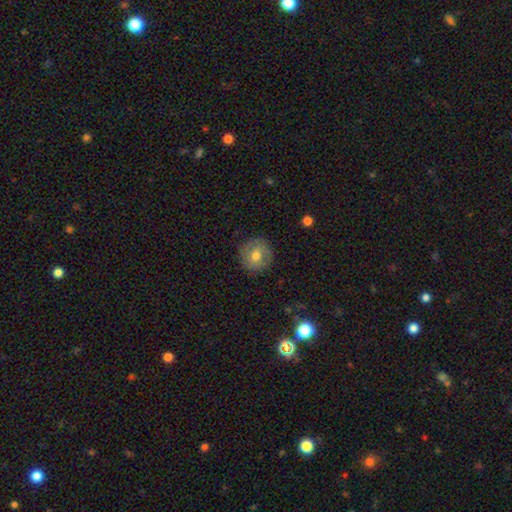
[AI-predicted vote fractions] Smooth or featured: smooth — 66% (featured or disk — 25%)
How rounded: round — 93% (in between — 6%)
Merging: none — 86% (minor disturbance — 10%)